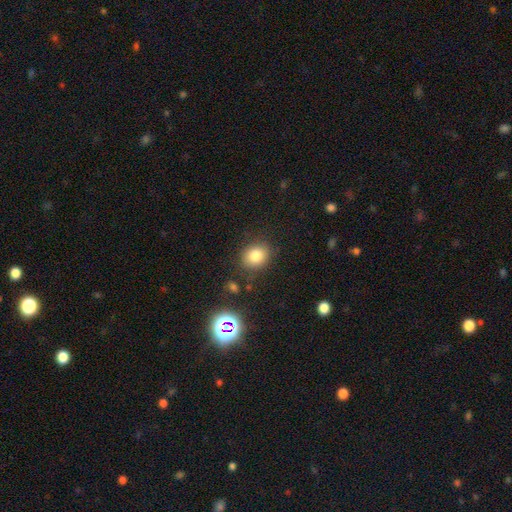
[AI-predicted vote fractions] A smooth galaxy with no disk features (79%) that is round (63%).

Vote fractions:
- Smooth or featured? smooth: 79% / star or artifact: 13% / featured or disk: 8%
- How rounded? round: 63% / in between: 36% / cigar-shaped: 1%
- Merging? none: 83% / minor disturbance: 11% / major disturbance: 3% / merger: 3%